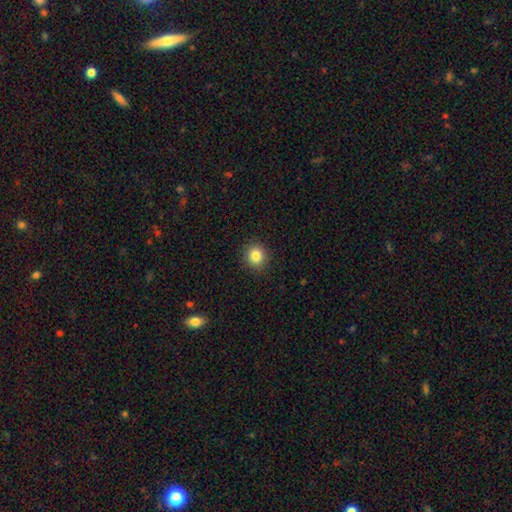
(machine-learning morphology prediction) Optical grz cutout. It shows a smooth galaxy with no disk features (84%) that is round (87%). Merging: none (91%).